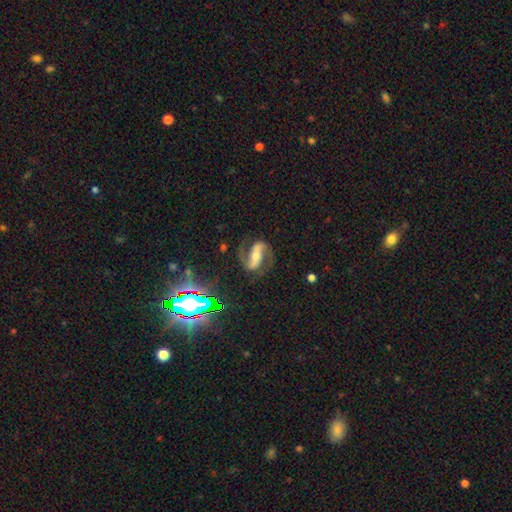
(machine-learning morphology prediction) type=featured or disk (85%); edge-on=no (96%); bar=strong (63%); spiral arms=yes (97%); winding=medium (57%); arm count=2 (93%); bulge=moderate (47%); merging=none (79%).